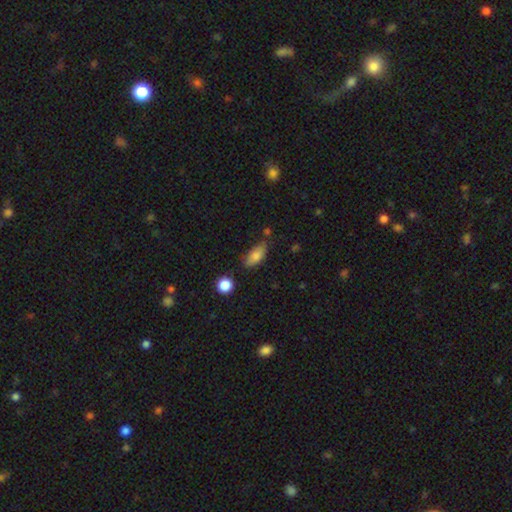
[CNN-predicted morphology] The model was most divided on "merging": none: 65%, minor disturbance: 24%, merger: 5%, major disturbance: 5%. More confident: how rounded — in between (84%); smooth or featured — smooth (82%).